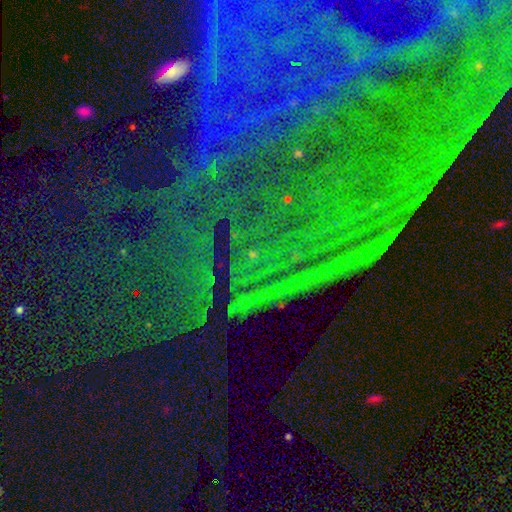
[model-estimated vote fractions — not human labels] Smooth or featured? star or artifact (85%)